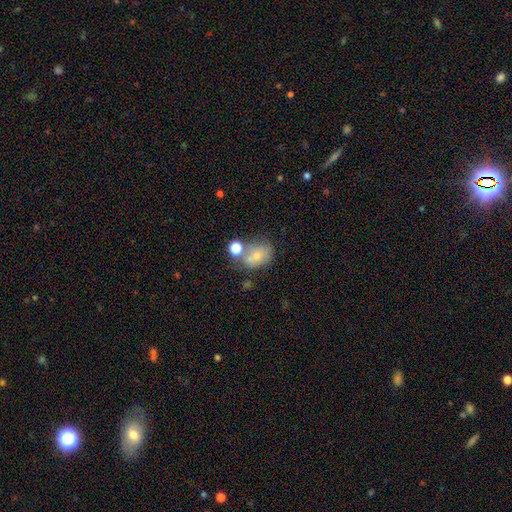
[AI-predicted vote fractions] This appears to be a smooth galaxy with no disk features (69%) that is in between round and cigar-shaped (53%). Merging: none (44%).